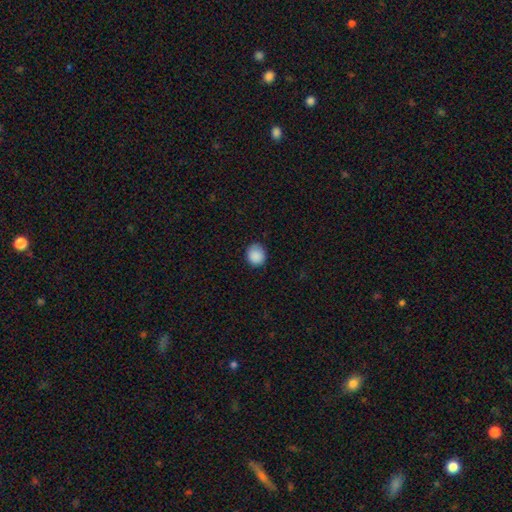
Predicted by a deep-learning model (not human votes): Smooth or featured? smooth (89%)
How rounded? round (80%)
Merging? none (82%)